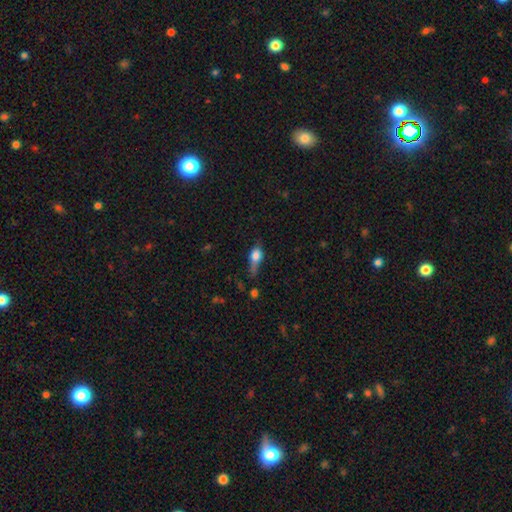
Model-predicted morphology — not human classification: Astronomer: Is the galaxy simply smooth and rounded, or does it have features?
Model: smooth — 68%.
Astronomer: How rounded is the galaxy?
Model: in between — 63%.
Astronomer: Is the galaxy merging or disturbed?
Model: none — 35% (runner-up: minor disturbance, 34%).